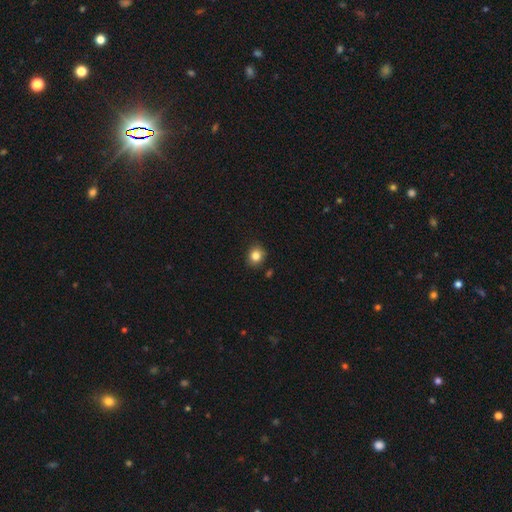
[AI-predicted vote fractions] Overall: smooth (84%). How rounded: round (76%). Merging: none (84%).